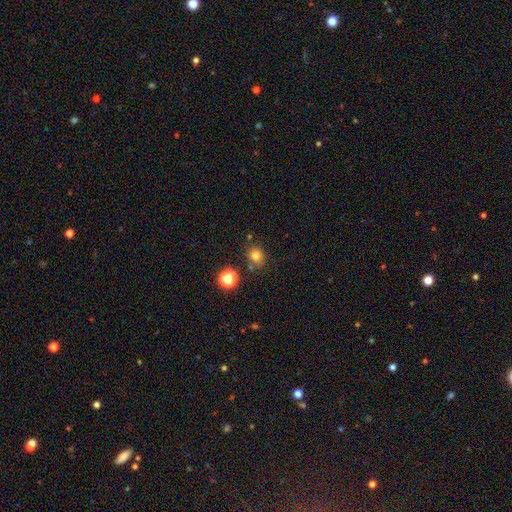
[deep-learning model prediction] Smooth or featured? smooth (77%)
How rounded? round (81%)
Merging? none (77%)